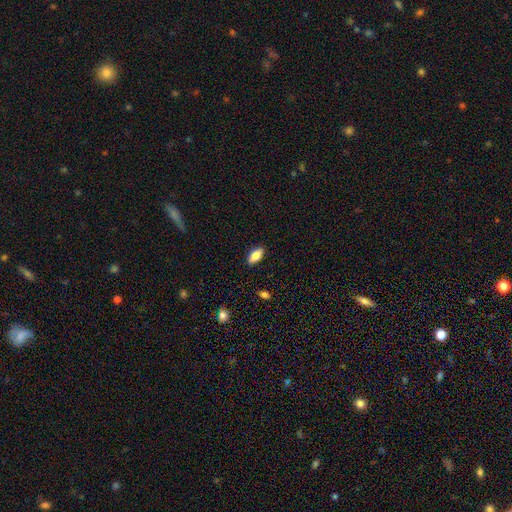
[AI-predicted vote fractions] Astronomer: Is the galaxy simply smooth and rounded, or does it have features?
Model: smooth — 79%.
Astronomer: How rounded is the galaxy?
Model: in between — 86%.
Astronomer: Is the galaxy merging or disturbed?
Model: none — 87%.